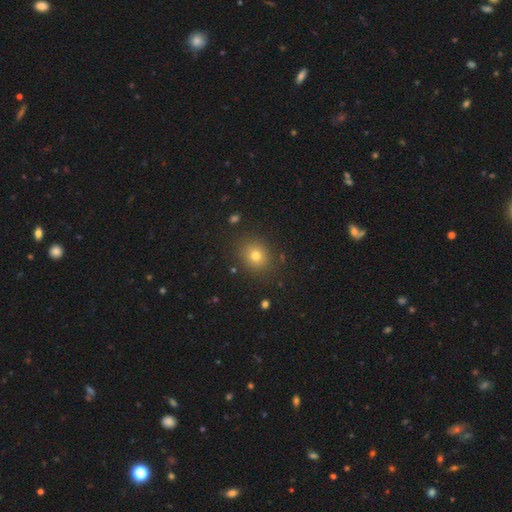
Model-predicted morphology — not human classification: Smooth or featured? smooth (76%)
How rounded? round (70%)
Merging? none (87%)